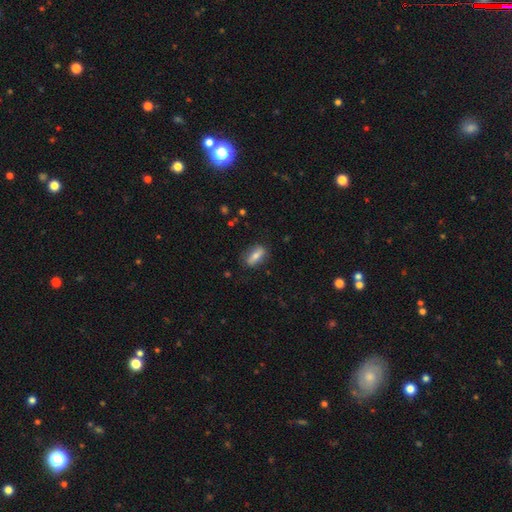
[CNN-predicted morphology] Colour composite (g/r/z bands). It shows a smooth galaxy with no disk features (63%) that is in between round and cigar-shaped (68%). Merging: none (81%).